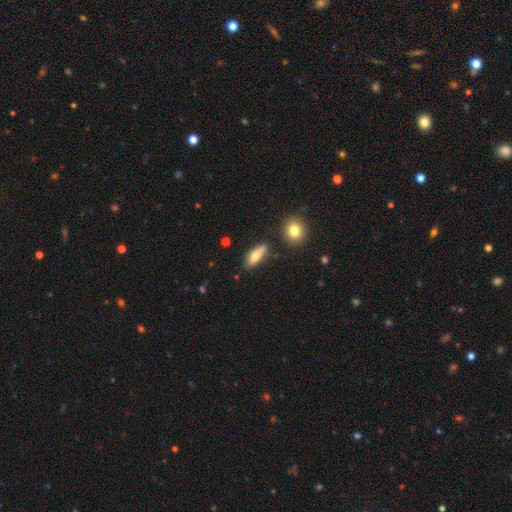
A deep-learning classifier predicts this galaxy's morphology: Smooth or featured?
  - smooth: 67% *
  - featured or disk: 26%
  - star or artifact: 7%
How rounded?
  - in between: 65% *
  - cigar-shaped: 31%
  - round: 4%
Merging?
  - none: 76% *
  - minor disturbance: 14%
  - merger: 7%
  - major disturbance: 3%